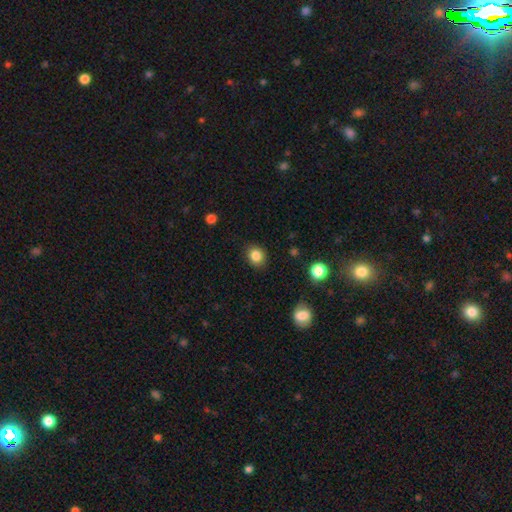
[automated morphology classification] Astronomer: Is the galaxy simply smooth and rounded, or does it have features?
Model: smooth — 85%.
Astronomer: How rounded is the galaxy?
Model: round — 67%.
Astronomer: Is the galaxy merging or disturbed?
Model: none — 87%.